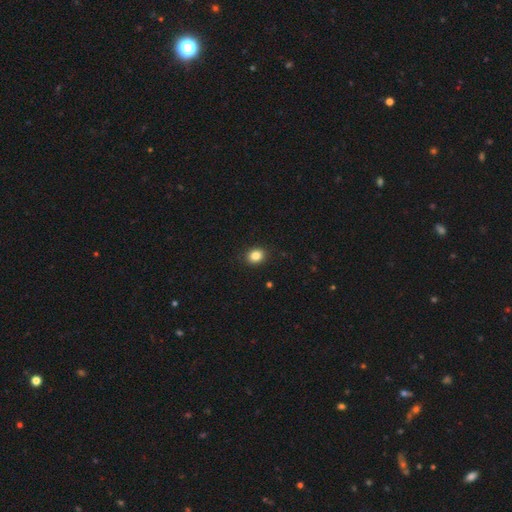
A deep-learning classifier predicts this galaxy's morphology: Overall: smooth (85%). How rounded: round (56%; in between 43%). Merging: none (90%).